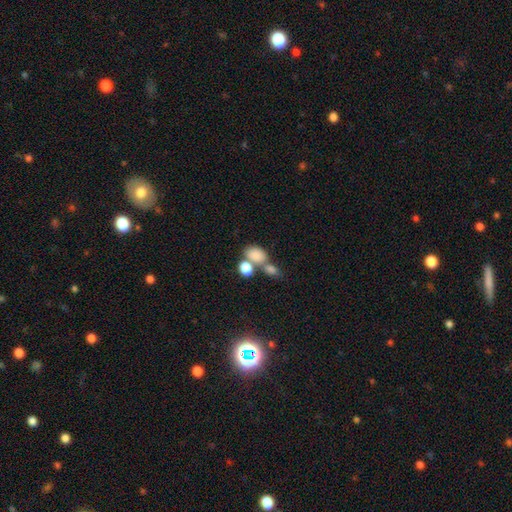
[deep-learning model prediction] This appears to be a smooth galaxy with no disk features (80%) that is in between round and cigar-shaped (77%). Merging: merger (48%).